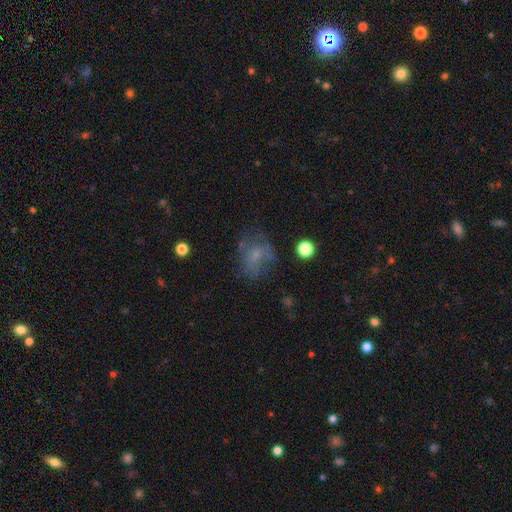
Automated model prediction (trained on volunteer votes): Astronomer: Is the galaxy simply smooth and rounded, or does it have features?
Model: smooth — 46% (runner-up: featured or disk, 38%).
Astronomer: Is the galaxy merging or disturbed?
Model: none — 50%.